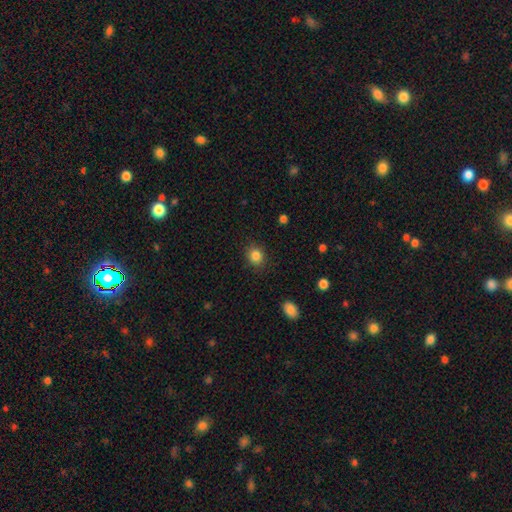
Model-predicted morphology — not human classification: smooth_or_featured: smooth (p=0.85) [alt: star or artifact p=0.11]
how_rounded: round (p=0.73) [alt: in between p=0.26]
merging: none (p=0.87) [alt: minor disturbance p=0.09]